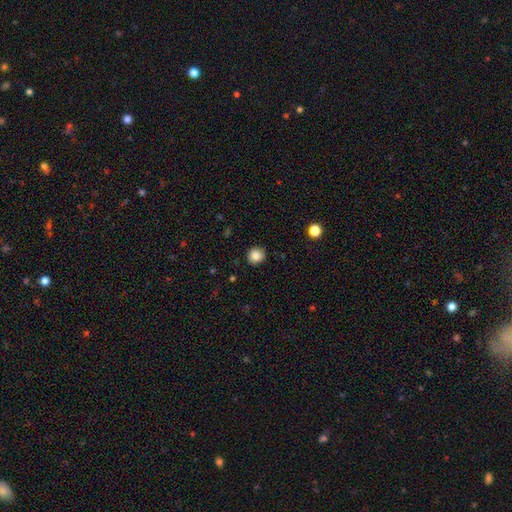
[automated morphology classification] This appears to be a smooth galaxy with no disk features (85%) that is round (92%). Merging: none (90%).